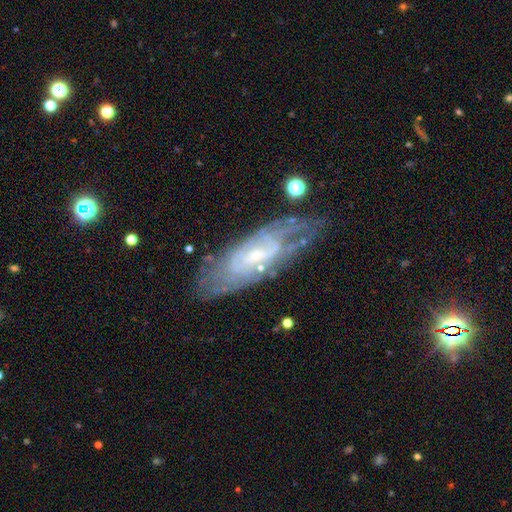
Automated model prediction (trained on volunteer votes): smooth_or_featured: featured or disk (p=0.77) [alt: smooth p=0.16]
disk_edge_on: no (p=0.84) [alt: yes p=0.16]
bar: weak (p=0.44) [alt: no p=0.42]
has_spiral_arms: yes (p=0.83) [alt: no p=0.17]
spiral_winding: tight (p=0.61) [alt: medium p=0.29]
spiral_arm_count: can't tell (p=0.61) [alt: 2 p=0.18]
bulge_size: small (p=0.66) [alt: moderate p=0.25]
merging: none (p=0.68) [alt: minor disturbance p=0.21]